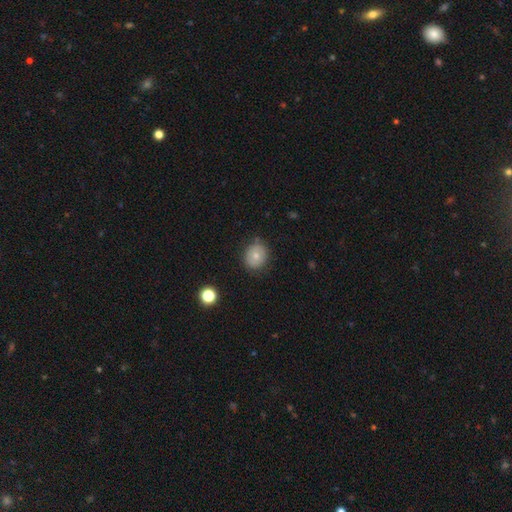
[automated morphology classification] A smooth galaxy with no disk features (71%) that is round (69%).

Vote fractions:
- Smooth or featured? smooth: 71% / featured or disk: 20% / star or artifact: 9%
- How rounded? round: 69% / in between: 30% / cigar-shaped: 1%
- Merging? none: 80% / minor disturbance: 15% / major disturbance: 3% / merger: 2%